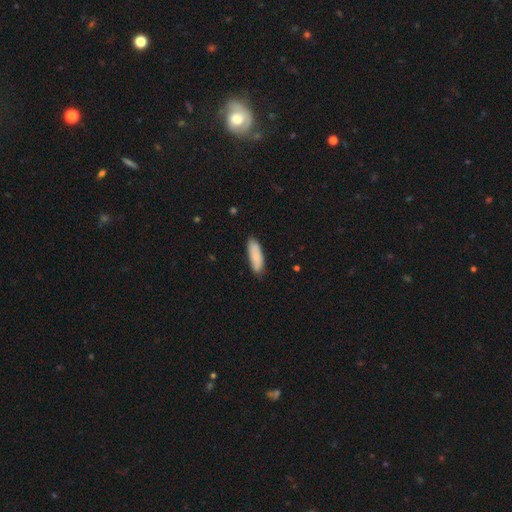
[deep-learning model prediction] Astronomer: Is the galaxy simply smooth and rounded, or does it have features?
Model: smooth — 79%.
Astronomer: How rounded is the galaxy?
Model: in between — 54% (runner-up: cigar-shaped, 44%).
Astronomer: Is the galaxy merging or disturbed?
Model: none — 81%.